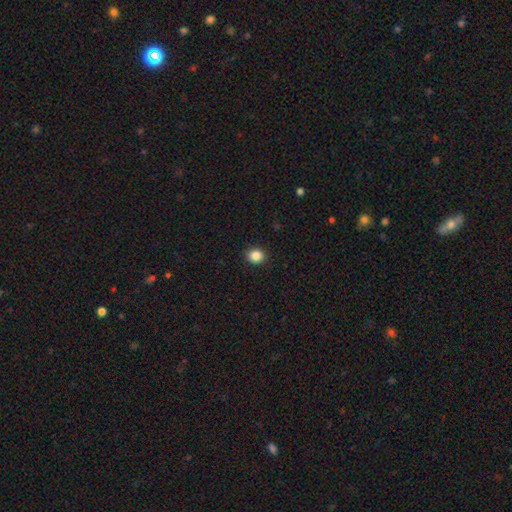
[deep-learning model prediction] Smooth or featured: smooth — 86% (star or artifact — 10%)
How rounded: round — 82% (in between — 17%)
Merging: none — 92% (minor disturbance — 5%)